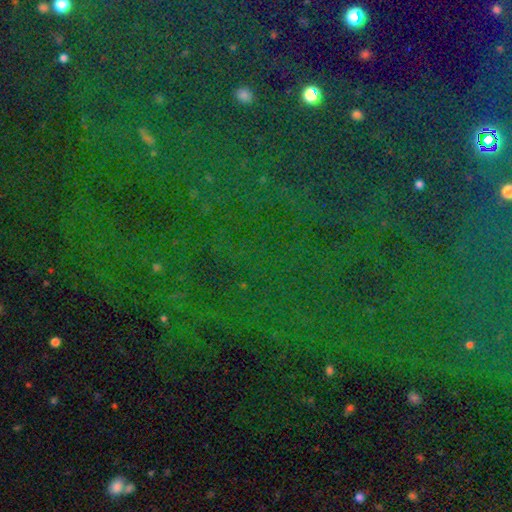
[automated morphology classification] This appears to be a star or artifact, not a galaxy (83%).